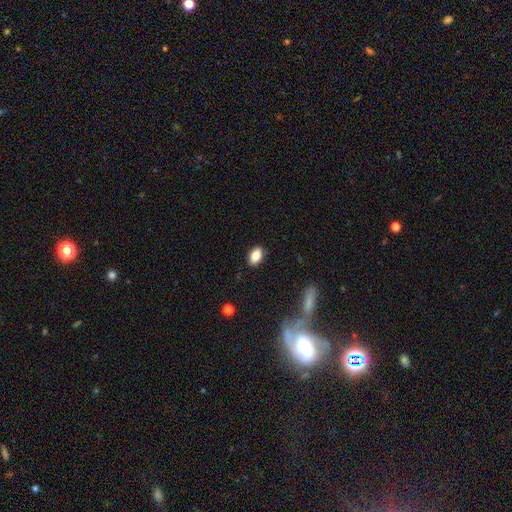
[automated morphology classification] type=smooth (84%); roundness=in between (88%); merging=none (87%).